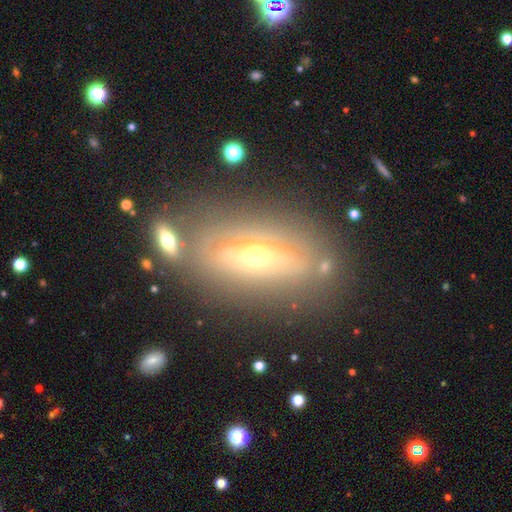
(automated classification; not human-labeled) A featured or disk galaxy (68%).

Vote fractions:
- Smooth or featured? featured or disk: 68% / smooth: 23% / star or artifact: 10%
- Edge-on disk? no: 58% / yes: 42%
- Merging? none: 74% / minor disturbance: 15% / major disturbance: 6% / merger: 6%